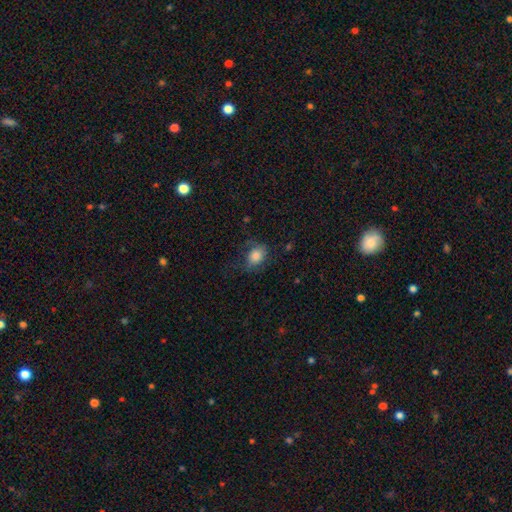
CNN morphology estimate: This is likely a smooth galaxy (75%). How rounded: possibly in between (57%). Merging: possibly none (53%).